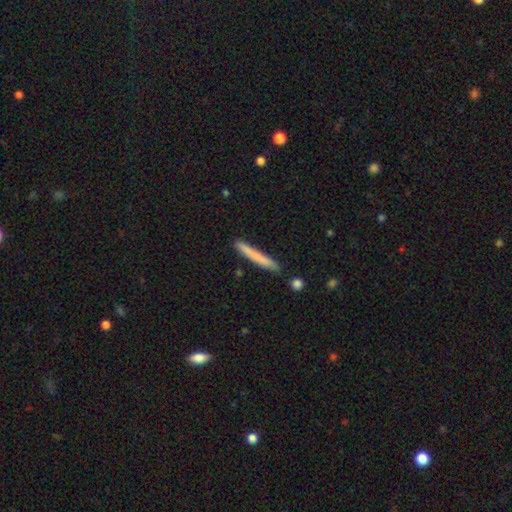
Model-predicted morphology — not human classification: This is likely a smooth galaxy (72%). How rounded: clearly cigar-shaped (97%). Merging: clearly none (86%).